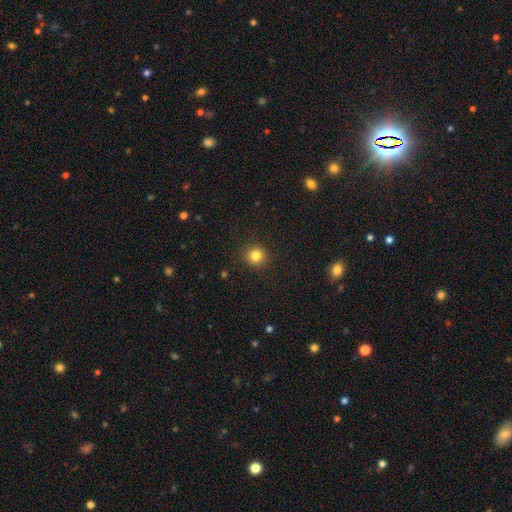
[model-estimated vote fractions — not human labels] The model was most divided on "smooth or featured": smooth: 83%, star or artifact: 12%, featured or disk: 5%. More confident: how rounded — round (92%); merging — none (91%).